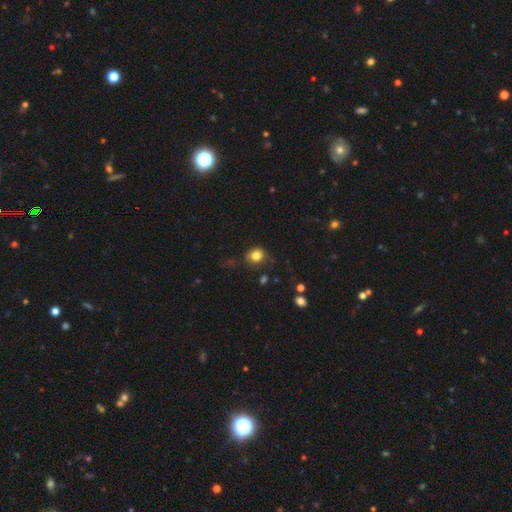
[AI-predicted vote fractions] smooth_or_featured: smooth (p=0.82) [alt: star or artifact p=0.11]
how_rounded: round (p=0.78) [alt: in between p=0.21]
merging: none (p=0.75) [alt: minor disturbance p=0.17]